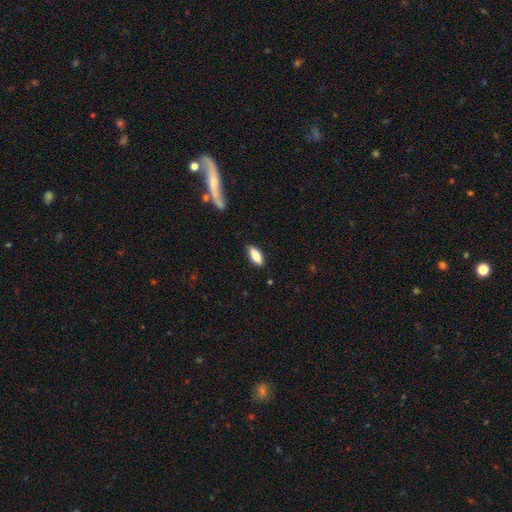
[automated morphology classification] This is likely a smooth galaxy (78%). How rounded: likely in between (75%). Merging: clearly none (83%).